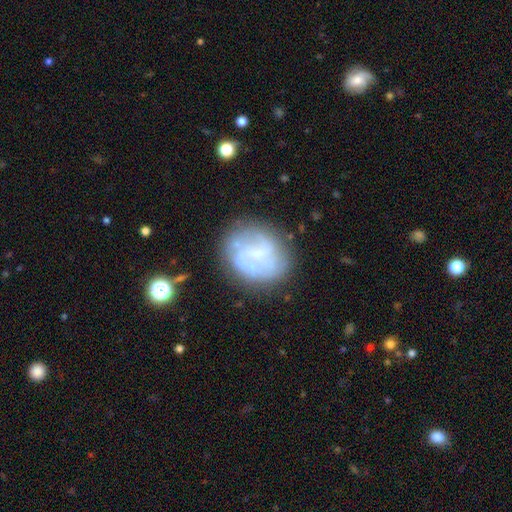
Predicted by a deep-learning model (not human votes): Smooth or featured? featured or disk (68%)
Edge-on disk? no (98%)
Bar? weak (46%)
Spiral arms? yes (70%)
Bulge size? small (54%)
Merging? none (68%)